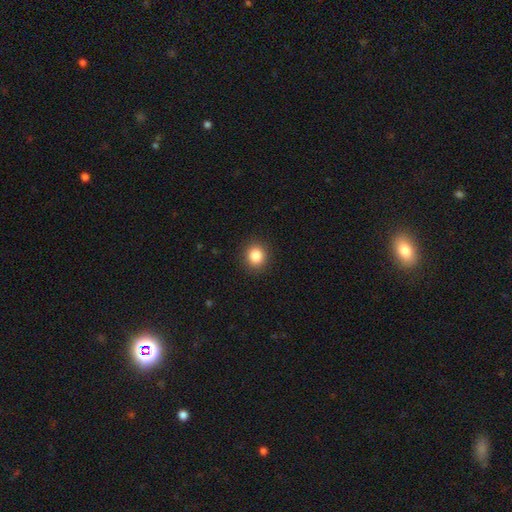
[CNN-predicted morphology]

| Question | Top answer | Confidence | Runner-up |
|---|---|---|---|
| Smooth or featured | smooth | 85% | star or artifact (10%) |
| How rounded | round | 83% | in between (16%) |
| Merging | none | 91% | minor disturbance (6%) |